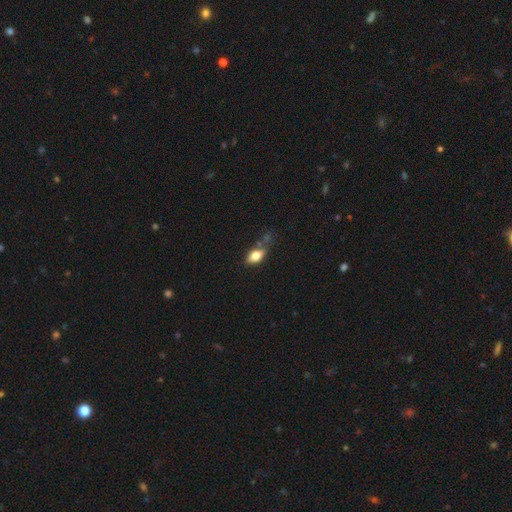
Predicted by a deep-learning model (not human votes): Smooth or featured? Predicted: smooth (p=0.72). How rounded? Predicted: in between (p=0.80). Merging? Predicted: none (p=0.44).